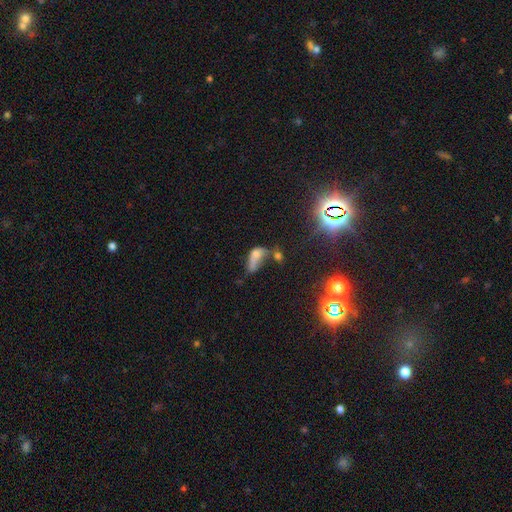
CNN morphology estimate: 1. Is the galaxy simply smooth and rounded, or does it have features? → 55% smooth, 25% featured or disk, 20% star or artifact.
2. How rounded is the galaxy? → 78% in between, 12% cigar-shaped, 10% round.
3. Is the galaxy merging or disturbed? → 35% merger, 31% major disturbance, 18% none, 16% minor disturbance.